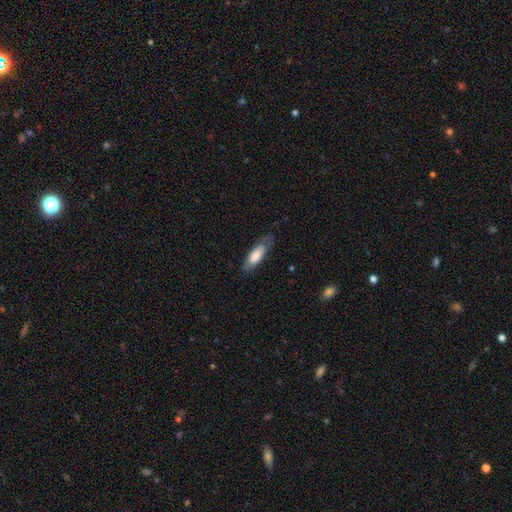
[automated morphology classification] Q: Smooth or featured?
A: smooth (74%); runner-up: featured or disk (21%)
Q: How rounded?
A: in between (56%); runner-up: cigar-shaped (42%)
Q: Merging?
A: none (69%); runner-up: minor disturbance (22%)